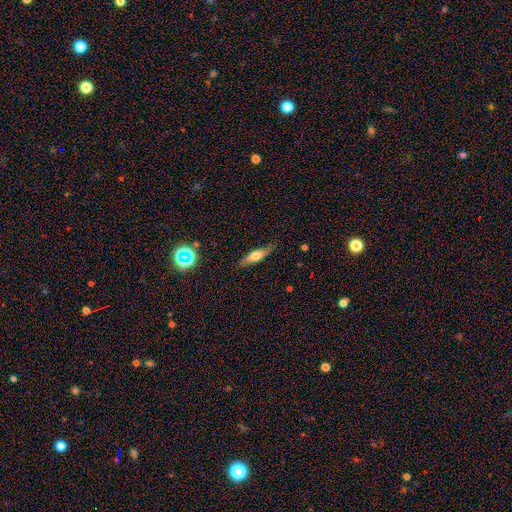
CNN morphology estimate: Overall: smooth (49%; featured or disk 43%). Merging: none (80%).